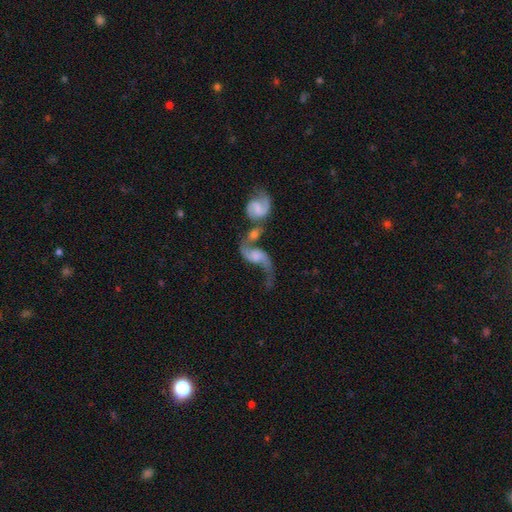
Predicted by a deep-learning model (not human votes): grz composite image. It shows a featured or disk galaxy (81%) with no bar (52%), 2 (85%) loose (84%) spiral arms (92%) and a moderate central bulge (35%). Merging: merger (57%).